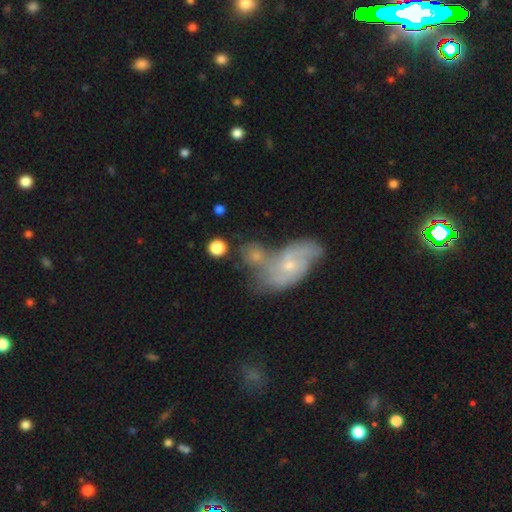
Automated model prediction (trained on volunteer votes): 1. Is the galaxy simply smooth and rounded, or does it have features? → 52% smooth, 38% featured or disk, 10% star or artifact.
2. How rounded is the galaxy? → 52% round, 45% in between, 3% cigar-shaped.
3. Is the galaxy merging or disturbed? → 47% merger, 33% none, 12% minor disturbance, 8% major disturbance.